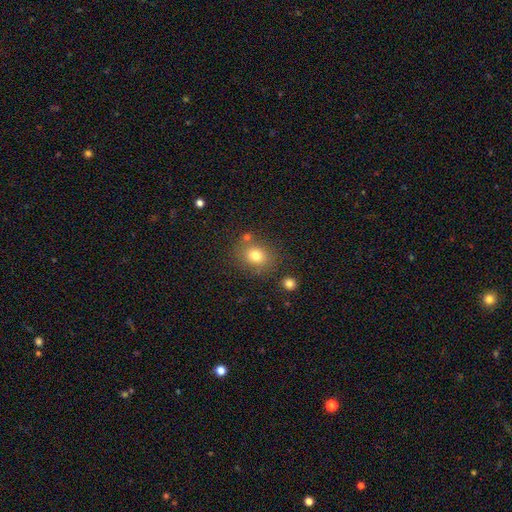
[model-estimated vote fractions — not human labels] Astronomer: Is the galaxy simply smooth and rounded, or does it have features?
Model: smooth — 78%.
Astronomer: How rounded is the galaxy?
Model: round — 61% (runner-up: in between, 38%).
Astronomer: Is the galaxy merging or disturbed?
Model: none — 74%.